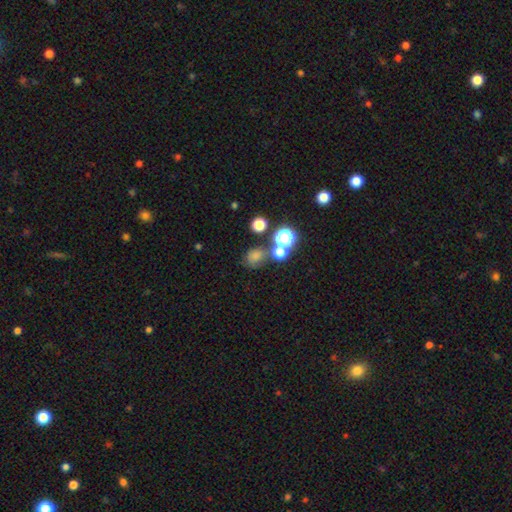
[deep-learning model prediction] smooth-or-featured: smooth: 54% | star or artifact: 36% | featured or disk: 10%
  how-rounded: round: 76% | in between: 23% | cigar-shaped: 1%
  merging: none: 64% | merger: 20% | minor disturbance: 11% | major disturbance: 6%